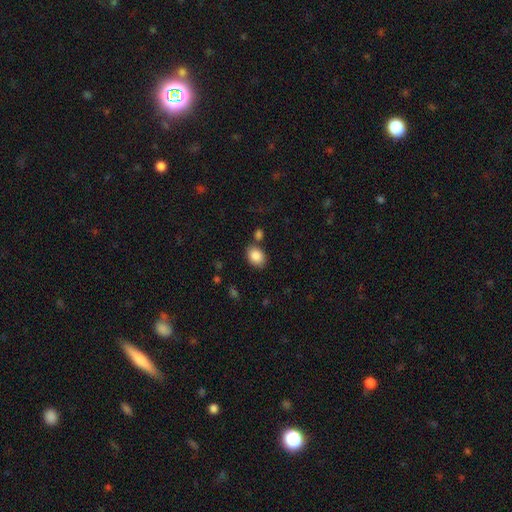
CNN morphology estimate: Smooth or featured? smooth (87%)
How rounded? in between (72%)
Merging? none (75%)